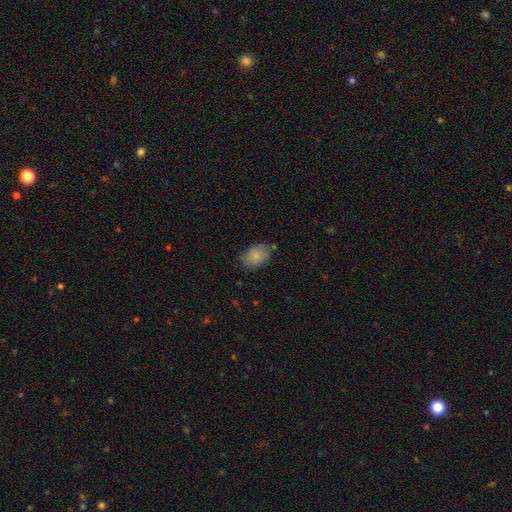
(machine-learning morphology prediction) This appears to be a smooth galaxy with no disk features (82%) that is in between round and cigar-shaped (81%). Merging: none (70%).